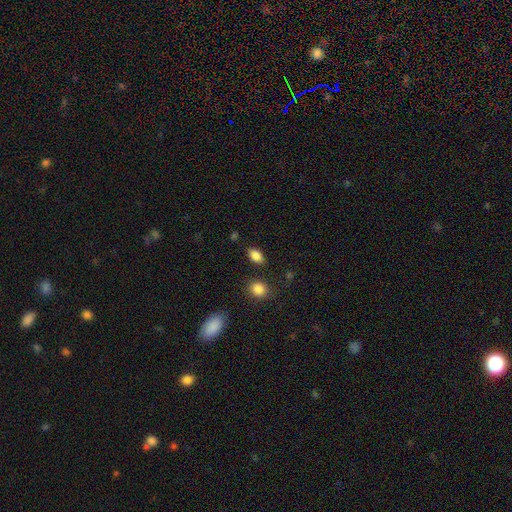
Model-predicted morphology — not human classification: type=smooth (86%); roundness=in between (87%); merging=none (83%).